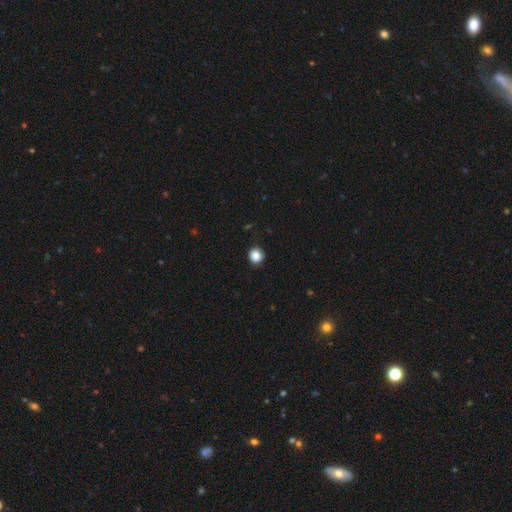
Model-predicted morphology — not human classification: type=smooth (86%); roundness=round (88%); merging=none (88%).